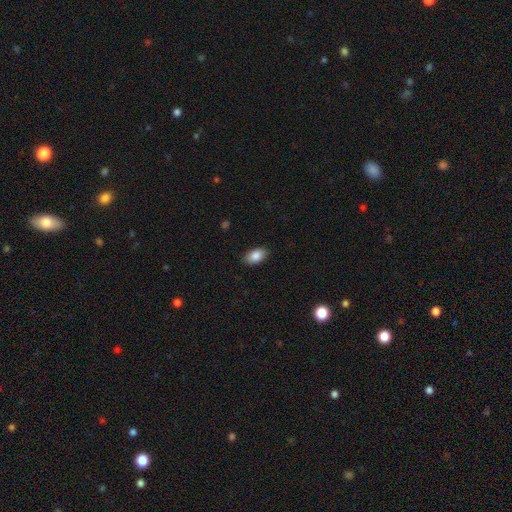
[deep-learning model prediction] This appears to be a smooth galaxy with no disk features (87%) that is in between round and cigar-shaped (93%). Merging: none (88%).